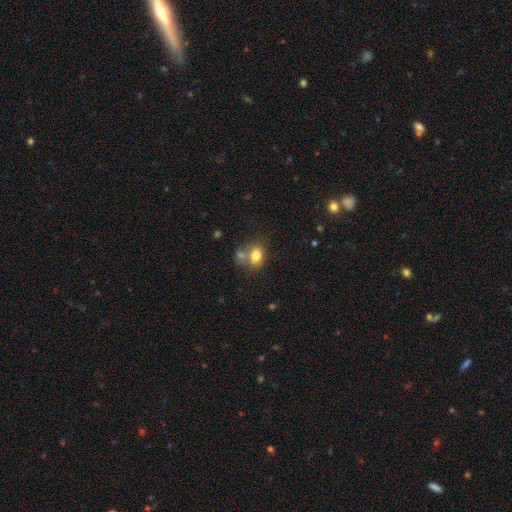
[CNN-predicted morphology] This is likely a smooth galaxy (78%). How rounded: possibly in between (50%). Merging: possibly none (47%).